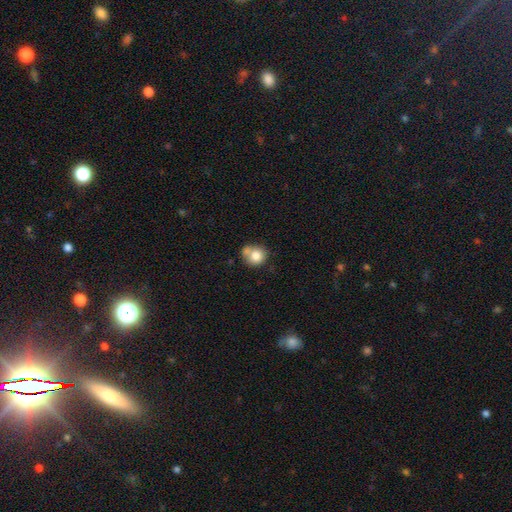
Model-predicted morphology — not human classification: Q: Smooth or featured?
A: smooth (78%); runner-up: featured or disk (12%)
Q: How rounded?
A: round (80%); runner-up: in between (19%)
Q: Merging?
A: none (44%); runner-up: merger (35%)